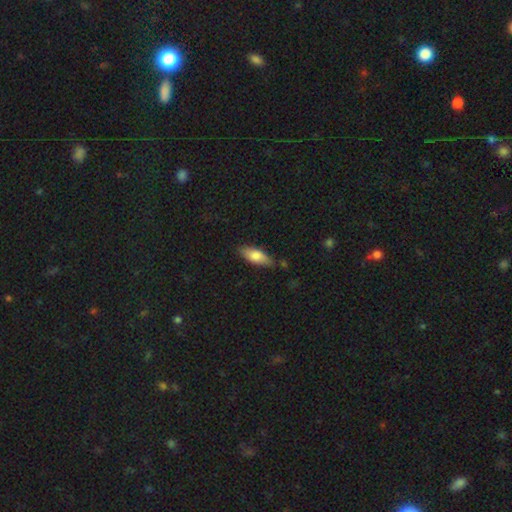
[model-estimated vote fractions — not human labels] smooth_or_featured: smooth (p=0.73) [alt: featured or disk p=0.20]
how_rounded: in between (p=0.71) [alt: cigar-shaped p=0.26]
merging: none (p=0.76) [alt: minor disturbance p=0.18]